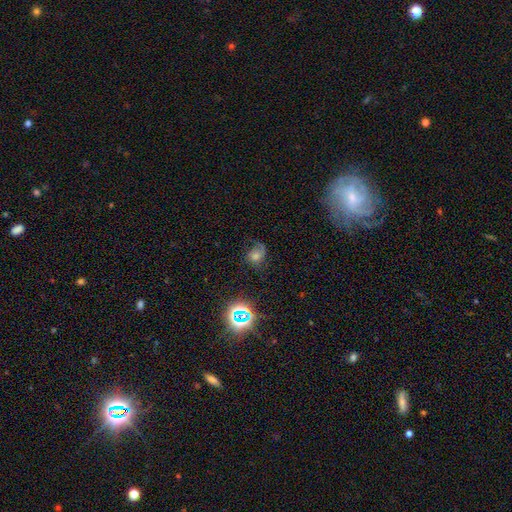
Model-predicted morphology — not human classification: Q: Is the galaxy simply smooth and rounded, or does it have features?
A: featured or disk — 38%.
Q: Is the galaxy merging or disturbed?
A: none — 49%.